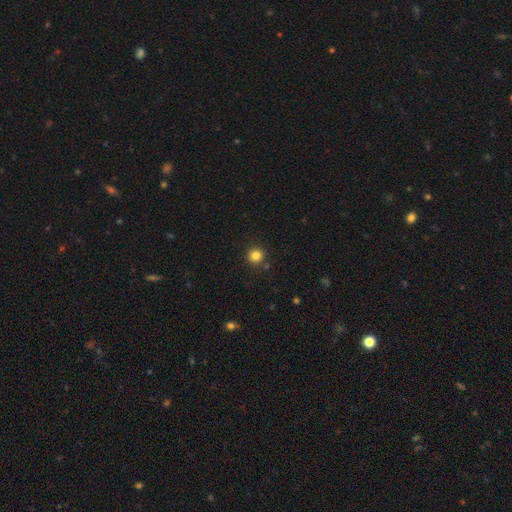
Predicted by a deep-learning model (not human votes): smooth-or-featured: smooth: 83% | star or artifact: 12% | featured or disk: 5%
  how-rounded: round: 95% | in between: 4% | cigar-shaped: 1%
  merging: none: 89% | minor disturbance: 6% | merger: 3% | major disturbance: 2%